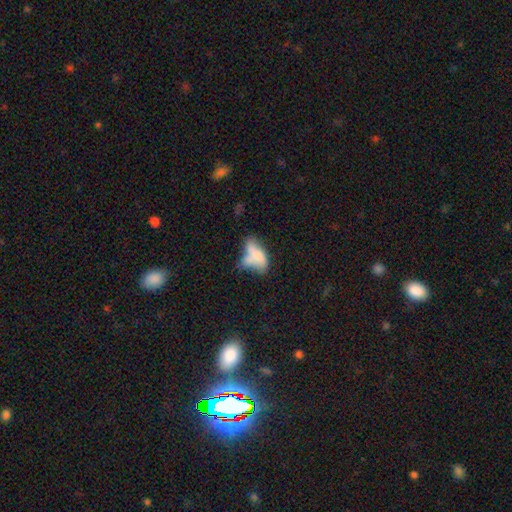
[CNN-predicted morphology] smooth 59%, featured or disk 32%, star or artifact 9%. Down the decision tree: how rounded — in between (84%); merging — merger (39%).